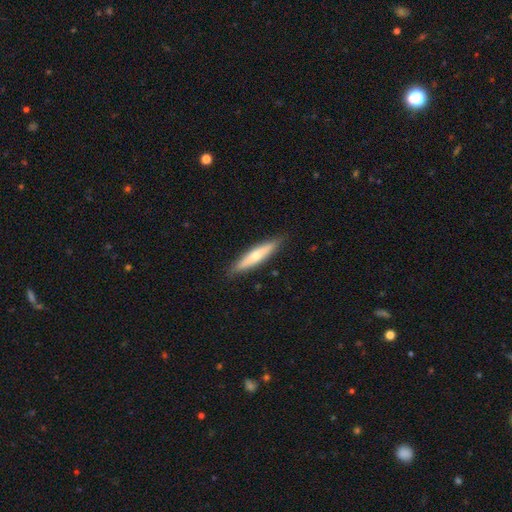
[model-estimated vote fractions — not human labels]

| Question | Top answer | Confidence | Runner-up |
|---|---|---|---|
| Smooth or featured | smooth | 55% | featured or disk (39%) |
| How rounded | cigar-shaped | 84% | in between (14%) |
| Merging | none | 88% | minor disturbance (9%) |